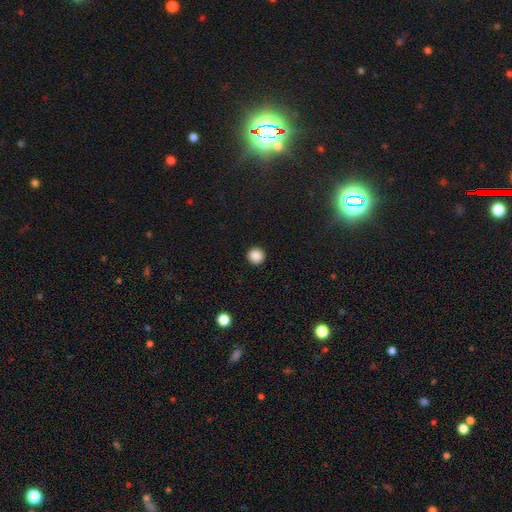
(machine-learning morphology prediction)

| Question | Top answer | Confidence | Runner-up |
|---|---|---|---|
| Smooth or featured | smooth | 88% | star or artifact (10%) |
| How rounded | round | 94% | in between (5%) |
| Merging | none | 93% | minor disturbance (5%) |